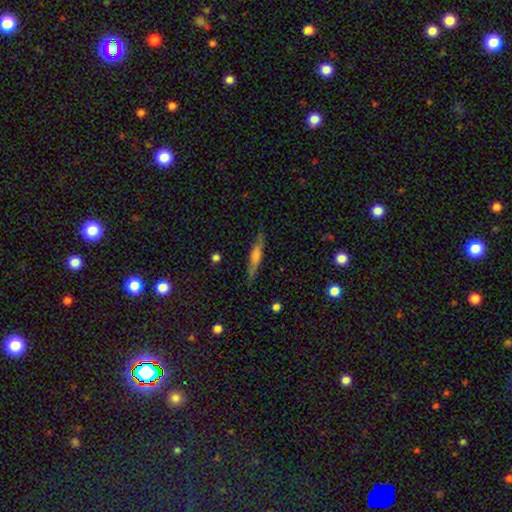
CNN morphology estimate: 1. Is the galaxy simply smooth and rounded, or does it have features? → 51% featured or disk, 42% smooth, 8% star or artifact.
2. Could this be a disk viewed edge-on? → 91% yes, 9% no.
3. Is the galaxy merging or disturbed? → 82% none, 13% minor disturbance, 3% major disturbance, 2% merger.